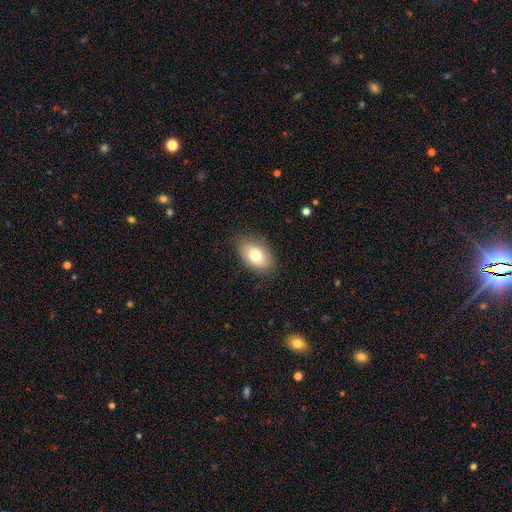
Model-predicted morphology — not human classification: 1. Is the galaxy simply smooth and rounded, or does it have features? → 77% smooth, 16% featured or disk, 8% star or artifact.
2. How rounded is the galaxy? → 89% in between, 9% round, 1% cigar-shaped.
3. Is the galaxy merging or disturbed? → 83% none, 13% minor disturbance, 3% major disturbance, 1% merger.